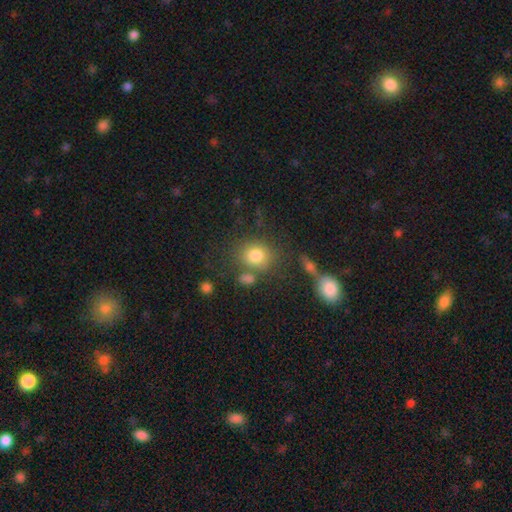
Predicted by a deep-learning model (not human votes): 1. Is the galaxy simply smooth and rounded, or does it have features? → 78% smooth, 12% star or artifact, 10% featured or disk.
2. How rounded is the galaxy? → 72% round, 27% in between, 1% cigar-shaped.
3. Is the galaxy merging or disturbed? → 67% none, 14% minor disturbance, 12% merger, 7% major disturbance.